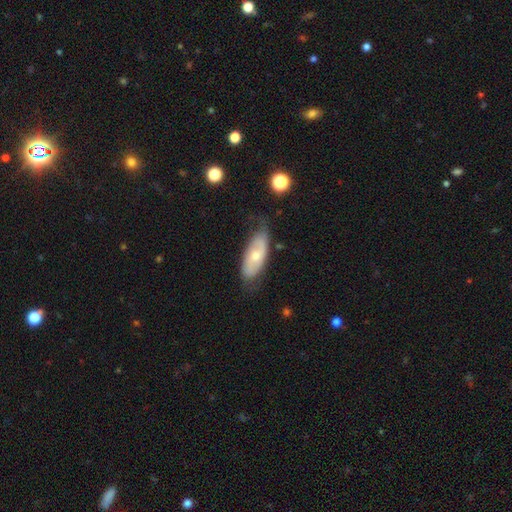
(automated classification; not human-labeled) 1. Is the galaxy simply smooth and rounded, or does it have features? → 50% featured or disk, 44% smooth, 6% star or artifact.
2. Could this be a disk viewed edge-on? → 84% no, 16% yes.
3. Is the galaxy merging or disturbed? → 61% none, 28% minor disturbance, 9% major disturbance, 2% merger.